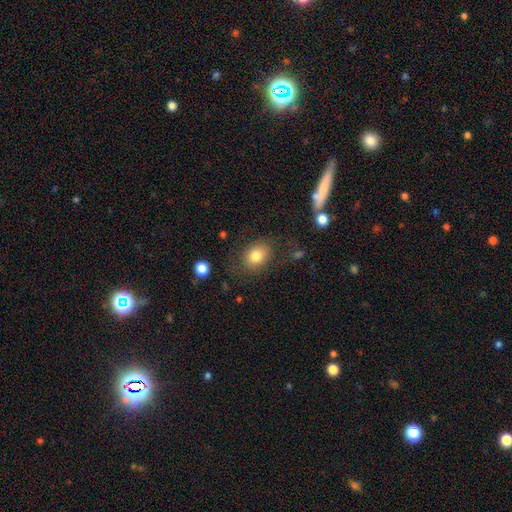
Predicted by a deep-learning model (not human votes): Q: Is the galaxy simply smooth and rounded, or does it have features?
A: smooth — 79%.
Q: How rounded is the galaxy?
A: in between — 60%.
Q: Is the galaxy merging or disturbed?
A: none — 74%.